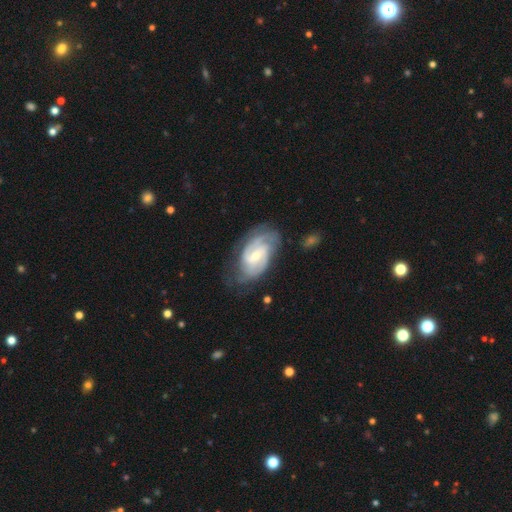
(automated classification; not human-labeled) This is clearly a featured or disk galaxy (85%). It is clearly not viewed edge-on (97%). Bar: possibly weak (57%). Spiral arm pattern: clearly yes (96%). Spiral arm count: possibly 2 (46%). Spiral winding: possibly tight (47%). Central bulge: possibly small (53%). Merging: likely none (64%).